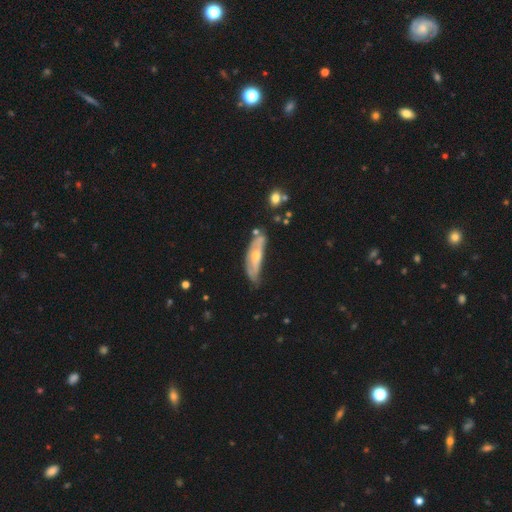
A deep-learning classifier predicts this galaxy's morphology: Q: Smooth or featured?
A: featured or disk (59%); runner-up: smooth (34%)
Q: Edge-on disk?
A: no (61%); runner-up: yes (39%)
Q: Merging?
A: none (53%); runner-up: minor disturbance (30%)